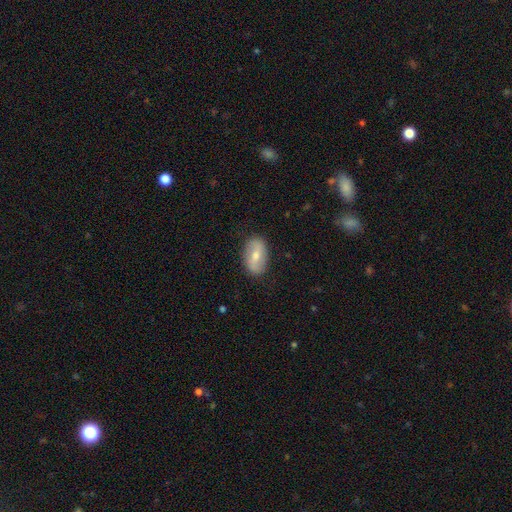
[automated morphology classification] Smooth or featured: smooth — 56% (featured or disk — 37%)
How rounded: in between — 90% (round — 7%)
Merging: none — 85% (minor disturbance — 11%)